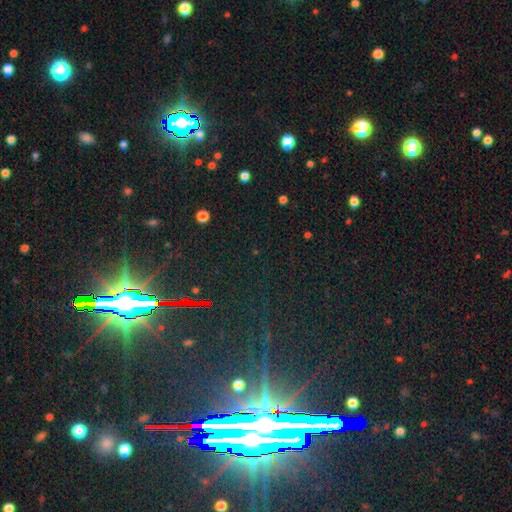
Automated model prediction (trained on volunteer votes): A star or artifact, not a galaxy (80%).